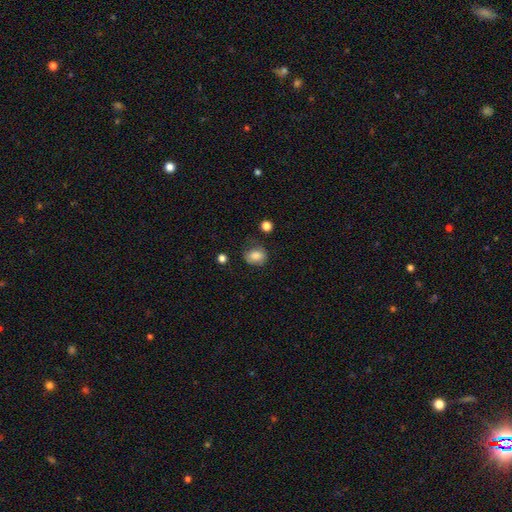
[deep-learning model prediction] Smooth or featured? smooth (82%)
How rounded? in between (55%)
Merging? none (60%)